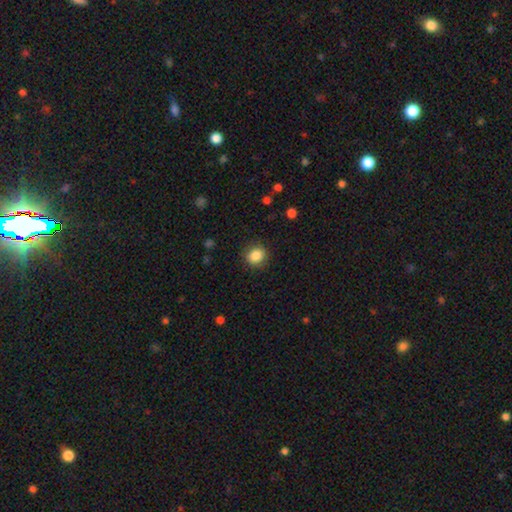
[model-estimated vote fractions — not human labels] Q: Smooth or featured?
A: smooth (86%); runner-up: star or artifact (9%)
Q: How rounded?
A: round (81%); runner-up: in between (18%)
Q: Merging?
A: none (88%); runner-up: minor disturbance (8%)